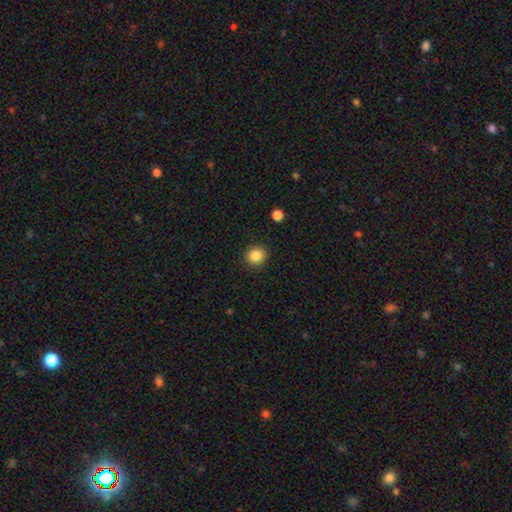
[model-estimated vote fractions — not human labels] Smooth or featured? Predicted: smooth (p=0.86). How rounded? Predicted: round (p=0.88). Merging? Predicted: none (p=0.91).